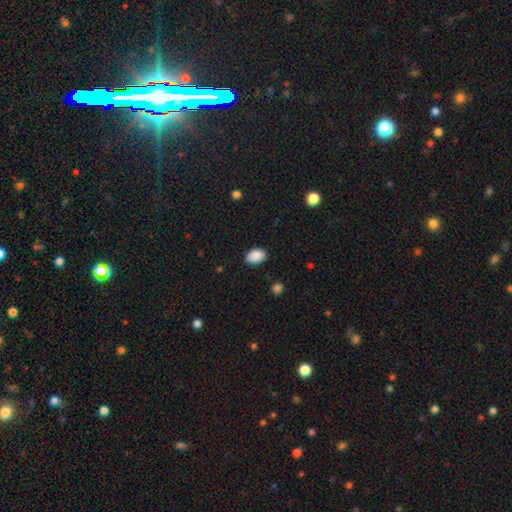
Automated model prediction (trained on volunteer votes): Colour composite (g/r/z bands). It shows a smooth galaxy with no disk features (90%) that is in between round and cigar-shaped (83%). Merging: none (86%).